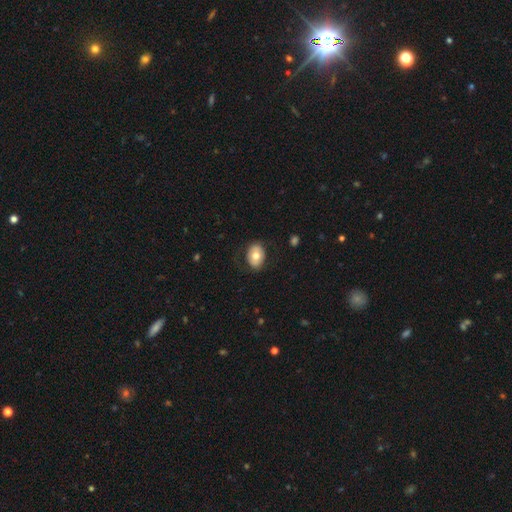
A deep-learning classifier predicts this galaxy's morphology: smooth-or-featured: smooth: 67% | featured or disk: 26% | star or artifact: 7%
  how-rounded: in between: 72% | round: 27% | cigar-shaped: 1%
  merging: none: 80% | minor disturbance: 14% | major disturbance: 6% | merger: 1%